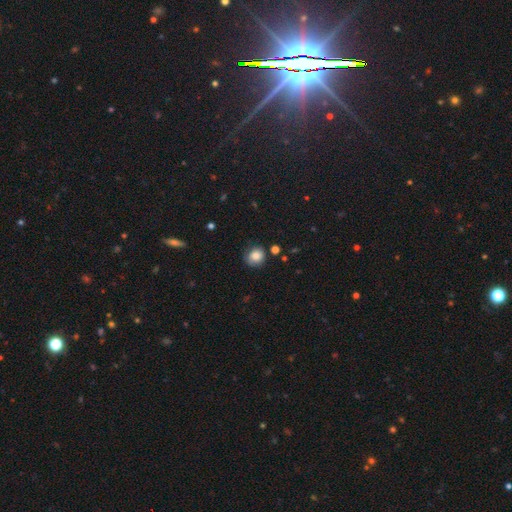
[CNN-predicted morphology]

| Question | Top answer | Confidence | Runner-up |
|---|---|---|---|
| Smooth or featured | smooth | 81% | star or artifact (10%) |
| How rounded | round | 85% | in between (14%) |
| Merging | none | 78% | minor disturbance (16%) |